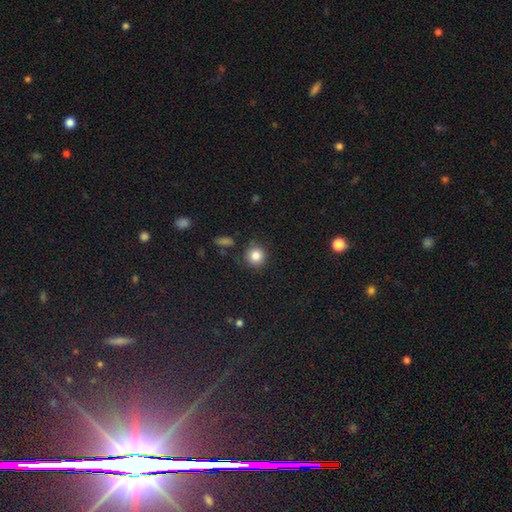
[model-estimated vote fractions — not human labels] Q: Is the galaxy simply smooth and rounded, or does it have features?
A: smooth — 84%.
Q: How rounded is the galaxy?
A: round — 93%.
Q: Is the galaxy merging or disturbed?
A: none — 86%.